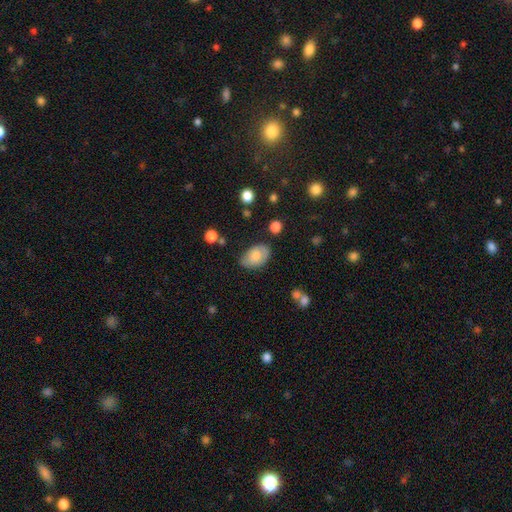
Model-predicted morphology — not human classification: A smooth galaxy with no disk features (77%) that is in between round and cigar-shaped (90%). Merging: none (71%).